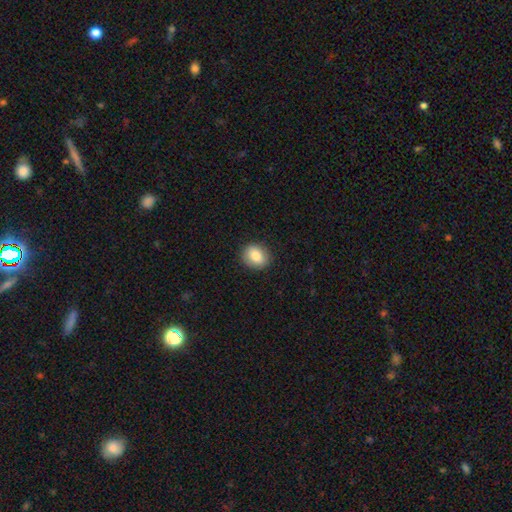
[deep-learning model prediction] smooth-or-featured: smooth: 82% | featured or disk: 10% | star or artifact: 8%
  how-rounded: round: 59% | in between: 40% | cigar-shaped: 1%
  merging: none: 88% | minor disturbance: 9% | major disturbance: 2% | merger: 1%